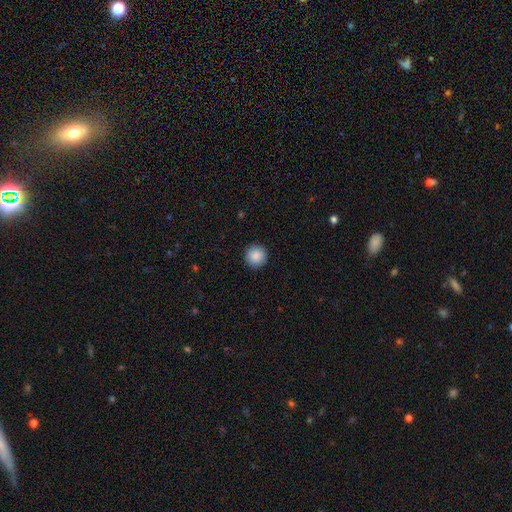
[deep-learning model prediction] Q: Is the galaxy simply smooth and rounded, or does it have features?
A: smooth — 88%.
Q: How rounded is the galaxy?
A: round — 96%.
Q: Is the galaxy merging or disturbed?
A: none — 93%.